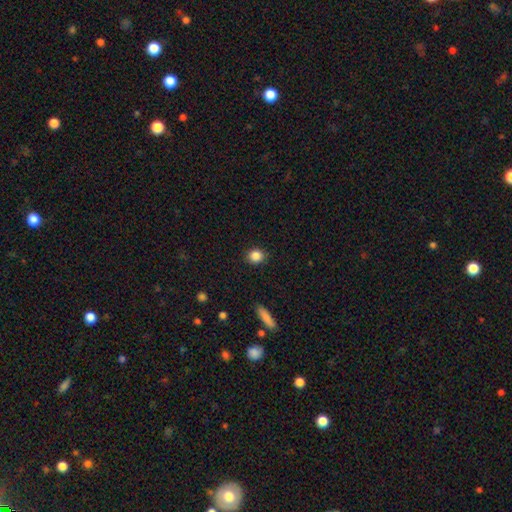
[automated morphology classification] smooth_or_featured: smooth (p=0.86) [alt: star or artifact p=0.10]
how_rounded: round (p=0.72) [alt: in between p=0.26]
merging: none (p=0.89) [alt: minor disturbance p=0.07]